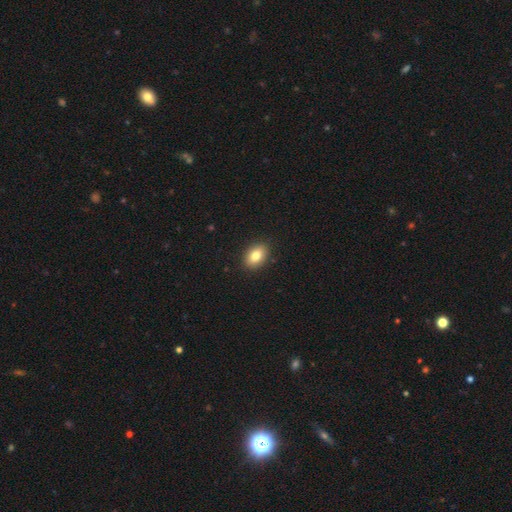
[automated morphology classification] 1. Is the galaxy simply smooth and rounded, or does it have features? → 82% smooth, 9% featured or disk, 8% star or artifact.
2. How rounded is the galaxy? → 83% in between, 16% round, 1% cigar-shaped.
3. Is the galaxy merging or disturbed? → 90% none, 8% minor disturbance, 2% major disturbance, 1% merger.